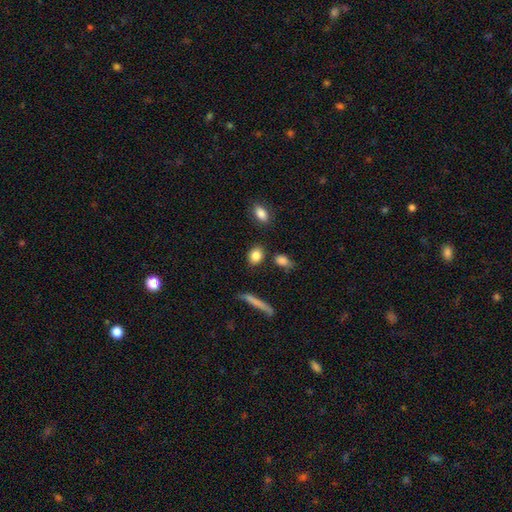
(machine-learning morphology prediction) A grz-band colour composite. It shows a smooth galaxy with no disk features (85%) that is in between round and cigar-shaped (54%). Merging: none (82%).